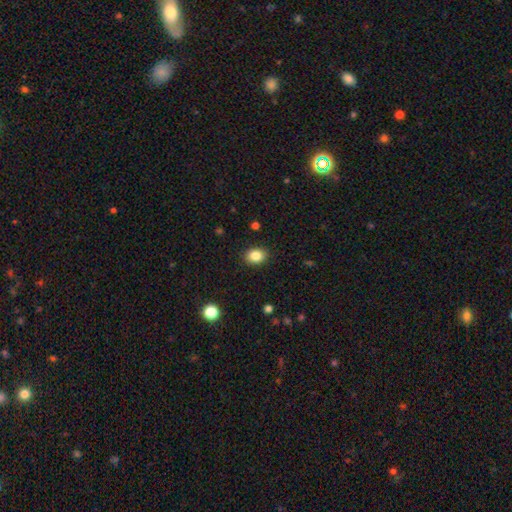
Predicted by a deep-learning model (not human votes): Q: Smooth or featured?
A: smooth (86%); runner-up: star or artifact (9%)
Q: How rounded?
A: in between (59%); runner-up: round (40%)
Q: Merging?
A: none (89%); runner-up: minor disturbance (8%)